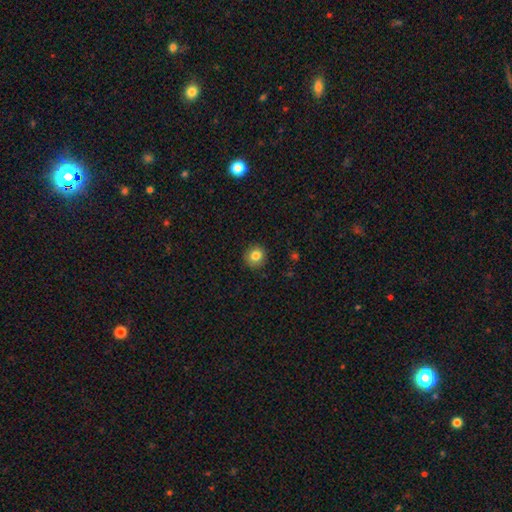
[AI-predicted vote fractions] smooth_or_featured: smooth (p=0.83) [alt: star or artifact p=0.10]
how_rounded: round (p=0.90) [alt: in between p=0.09]
merging: none (p=0.90) [alt: minor disturbance p=0.07]